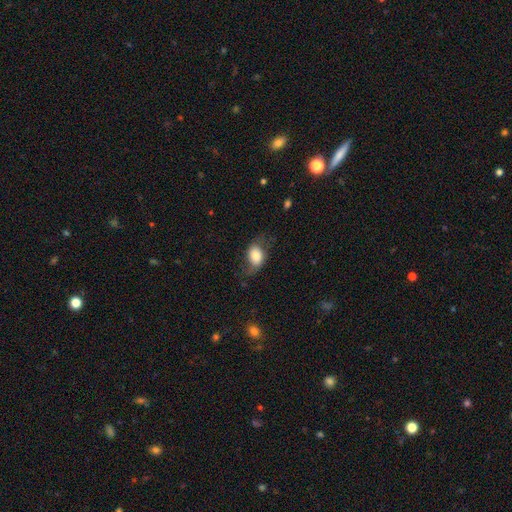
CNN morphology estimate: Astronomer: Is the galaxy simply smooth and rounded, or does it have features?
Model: smooth — 70%.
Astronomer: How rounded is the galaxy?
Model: in between — 76%.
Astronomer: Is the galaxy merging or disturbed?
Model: none — 55%.